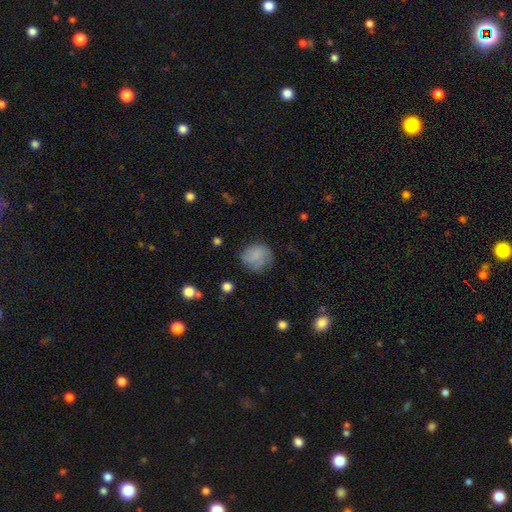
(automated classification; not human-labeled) Q: Smooth or featured?
A: smooth (81%); runner-up: featured or disk (11%)
Q: How rounded?
A: round (83%); runner-up: in between (16%)
Q: Merging?
A: none (69%); runner-up: minor disturbance (22%)